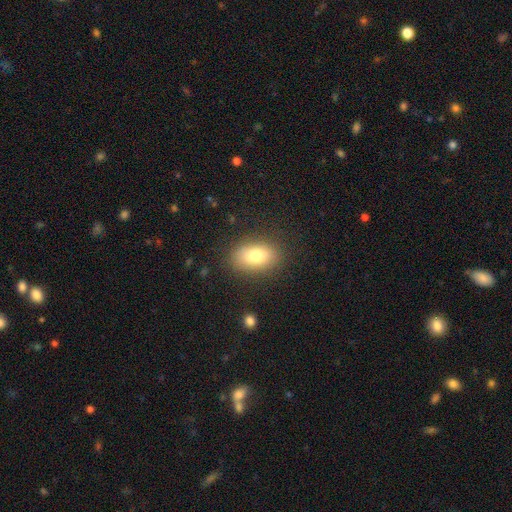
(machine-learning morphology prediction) This appears to be a smooth galaxy with no disk features (77%) that is in between round and cigar-shaped (88%). Merging: none (84%).